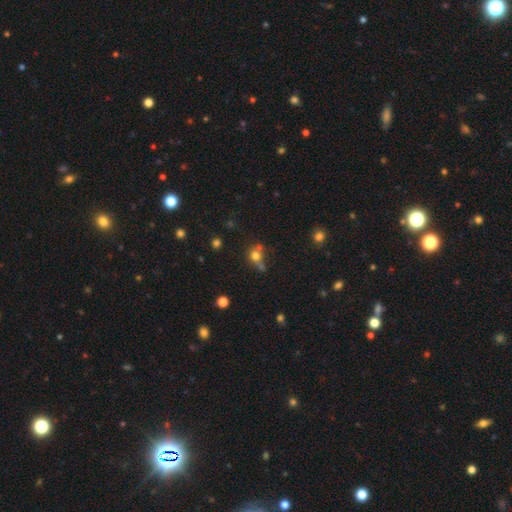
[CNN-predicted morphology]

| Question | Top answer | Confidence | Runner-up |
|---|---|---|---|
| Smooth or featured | smooth | 69% | star or artifact (17%) |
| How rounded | round | 72% | in between (25%) |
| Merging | none | 43% | merger (26%) |